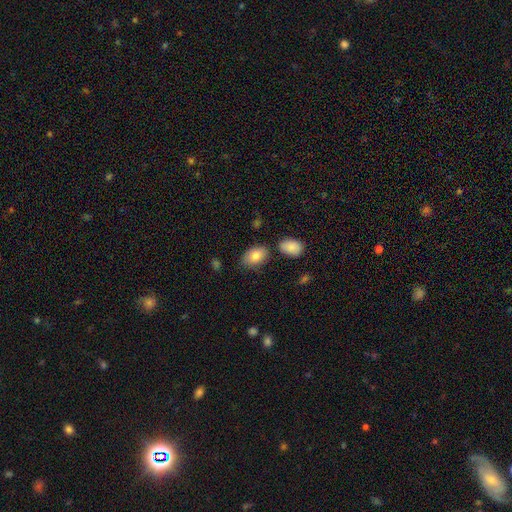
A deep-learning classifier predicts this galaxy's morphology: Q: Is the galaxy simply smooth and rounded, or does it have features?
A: smooth — 82%.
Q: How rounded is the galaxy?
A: in between — 90%.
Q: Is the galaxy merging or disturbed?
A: none — 73%.